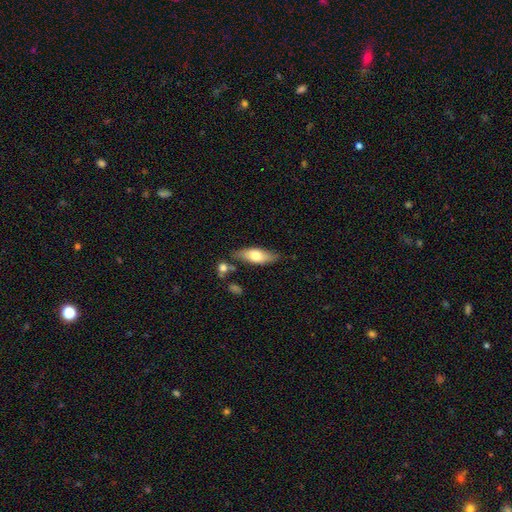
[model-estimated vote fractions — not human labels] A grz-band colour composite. It shows a smooth galaxy with no disk features (65%) that is in between round and cigar-shaped (68%). Merging: none (74%).